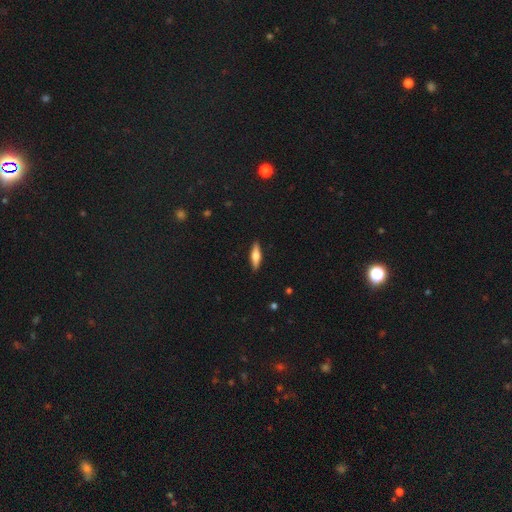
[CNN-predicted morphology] Smooth or featured?
  - smooth: 50% *
  - featured or disk: 44%
  - star or artifact: 6%
How rounded?
  - cigar-shaped: 66% *
  - in between: 32%
  - round: 2%
Merging?
  - none: 90% *
  - minor disturbance: 8%
  - major disturbance: 2%
  - merger: 1%